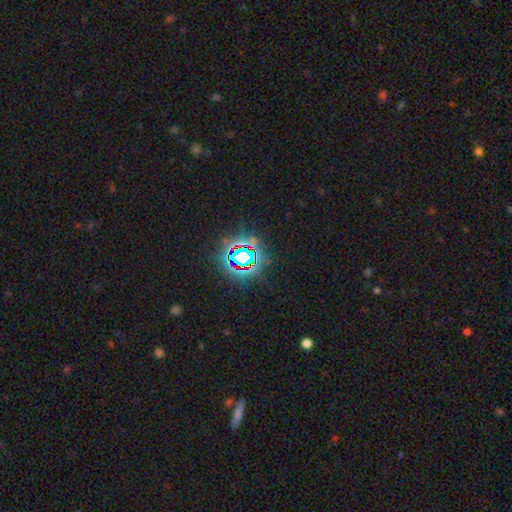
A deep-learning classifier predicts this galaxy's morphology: Smooth or featured: star or artifact — 81% (smooth — 12%)